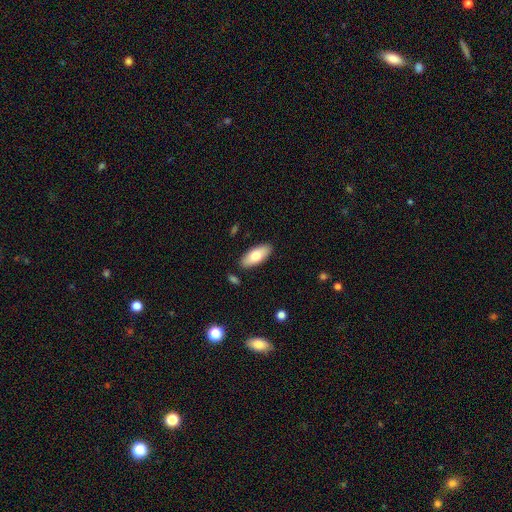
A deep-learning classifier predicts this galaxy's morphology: Overall: smooth (75%). How rounded: in between (82%). Merging: none (87%).